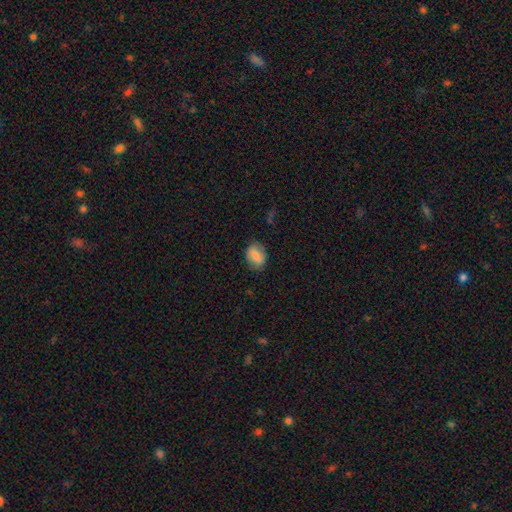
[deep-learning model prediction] Smooth or featured?
  - smooth: 80% *
  - featured or disk: 12%
  - star or artifact: 8%
How rounded?
  - in between: 72% *
  - round: 26%
  - cigar-shaped: 1%
Merging?
  - none: 80% *
  - minor disturbance: 15%
  - major disturbance: 4%
  - merger: 1%